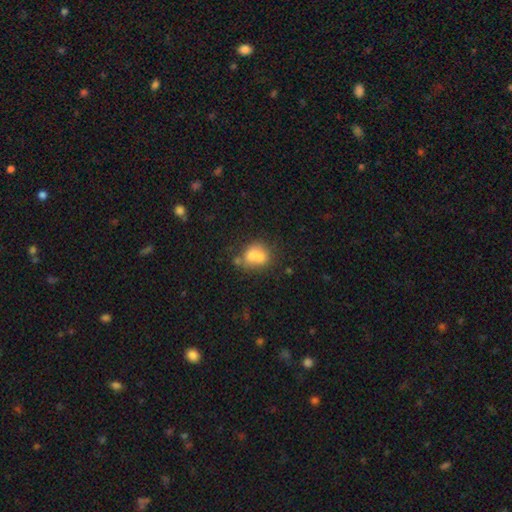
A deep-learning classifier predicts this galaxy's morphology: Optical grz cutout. It shows a smooth galaxy with no disk features (68%) that is round (53%). Merging: merger (46%).